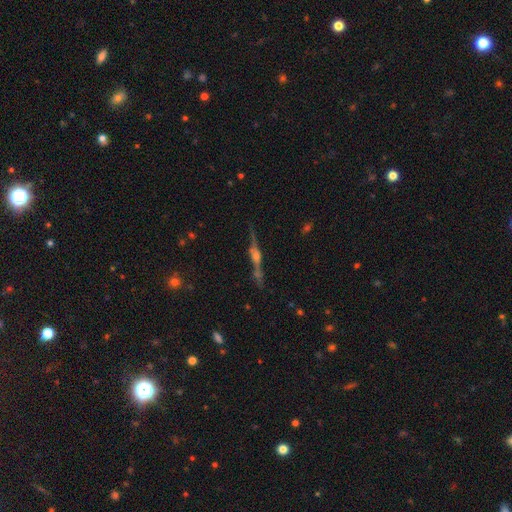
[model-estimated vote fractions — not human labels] Smooth or featured? featured or disk (73%)
Edge-on disk? yes (95%)
Edge-on bulge? rounded (72%)
Merging? none (72%)